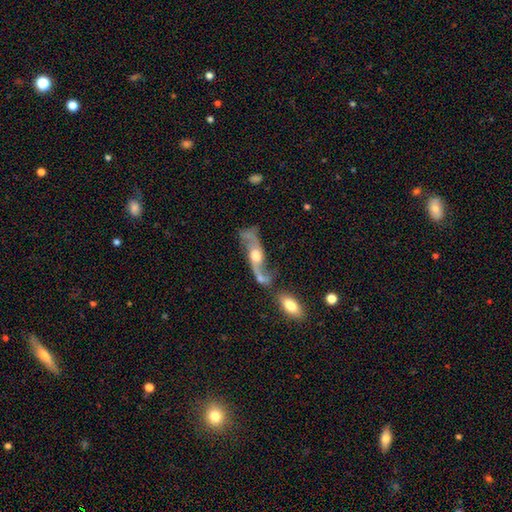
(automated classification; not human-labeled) Smooth or featured? featured or disk (82%)
Edge-on disk? no (79%)
Bar? no (62%)
Spiral arms? yes (90%)
Spiral winding? loose (82%)
Spiral arm count? 2 (91%)
Bulge size? moderate (56%)
Merging? none (39%)